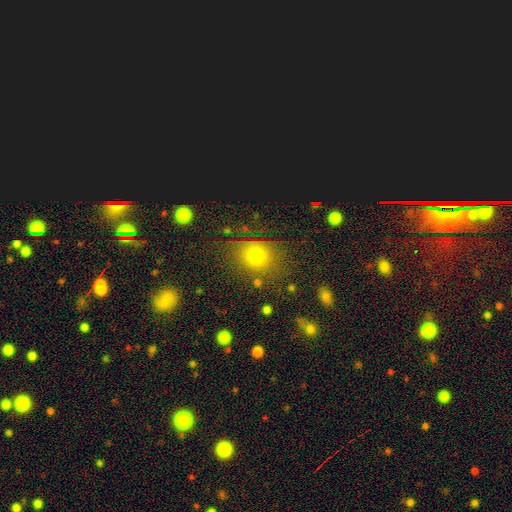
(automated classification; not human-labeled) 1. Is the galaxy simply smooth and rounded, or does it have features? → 72% smooth, 16% star or artifact, 12% featured or disk.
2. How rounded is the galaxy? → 59% round, 39% in between, 2% cigar-shaped.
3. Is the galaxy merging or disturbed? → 70% none, 17% minor disturbance, 9% major disturbance, 4% merger.